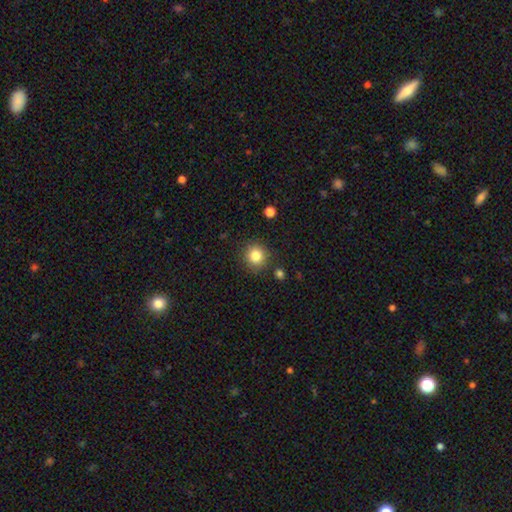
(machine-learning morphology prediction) The model was most divided on "smooth or featured": smooth: 84%, star or artifact: 11%, featured or disk: 6%. More confident: how rounded — round (91%); merging — none (87%).